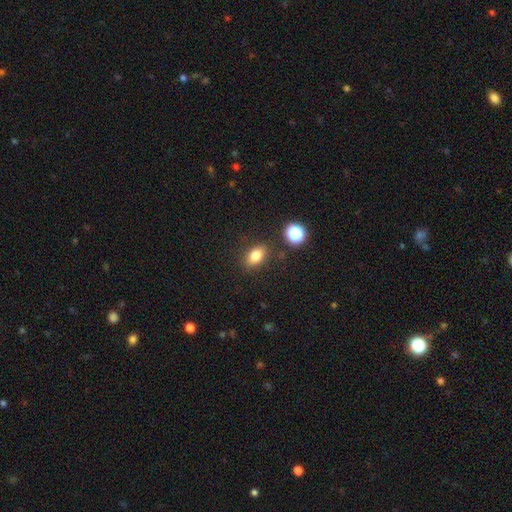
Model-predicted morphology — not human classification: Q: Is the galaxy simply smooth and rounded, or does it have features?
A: smooth — 79%.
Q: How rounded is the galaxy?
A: in between — 78%.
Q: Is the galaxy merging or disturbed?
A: none — 83%.